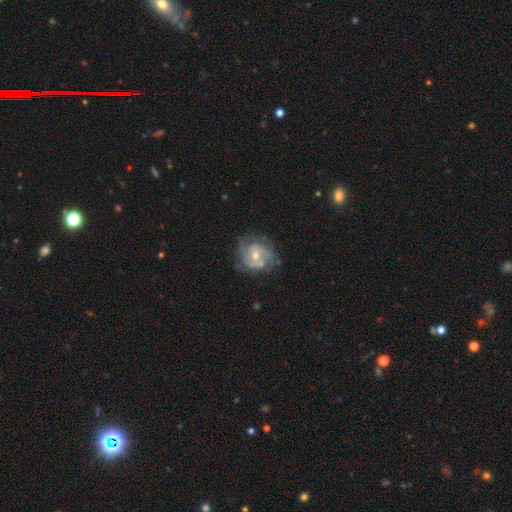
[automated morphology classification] type=featured or disk (84%); edge-on=no (97%); bar=no (56%); spiral arms=yes (94%); winding=tight (47%); arm count=2 (44%); bulge=moderate (54%); merging=none (68%).